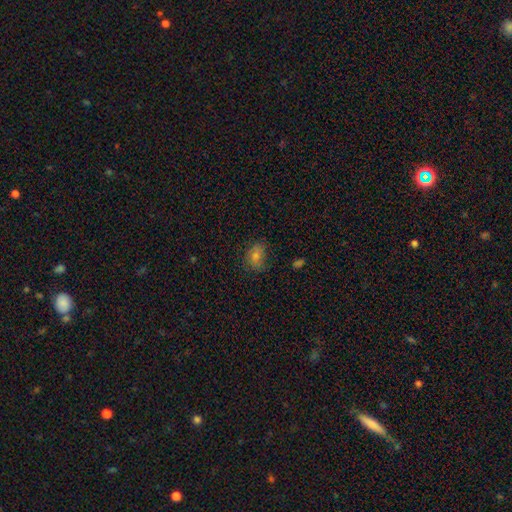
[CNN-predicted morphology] Smooth or featured? smooth (64%)
How rounded? in between (68%)
Merging? none (73%)